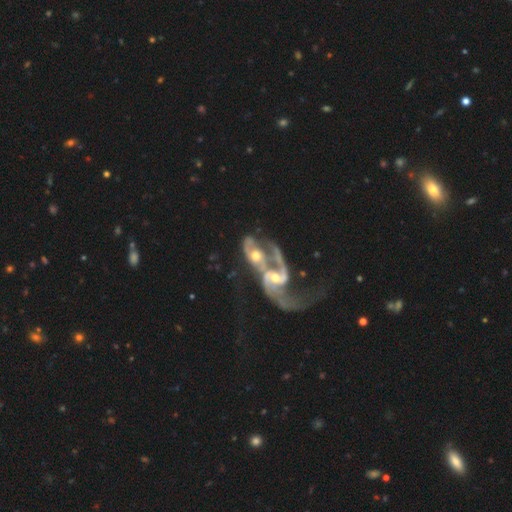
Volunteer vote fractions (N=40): Morphology: type=featured or disk (85%); edge-on=no (97%); bar=no (48%); spiral arms=yes (97%); winding=loose (53%); arm count=2 (94%); bulge=moderate (82%); merging=merger (82%).